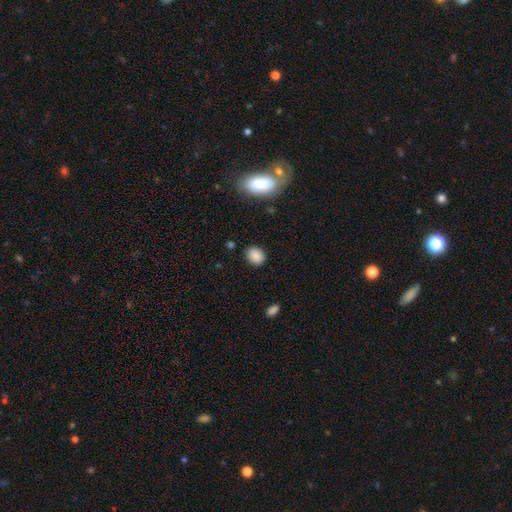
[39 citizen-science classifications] Smooth or featured? 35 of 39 (90%) said smooth. How rounded? 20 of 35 (57%) said round. Merging? 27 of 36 (75%) said none.